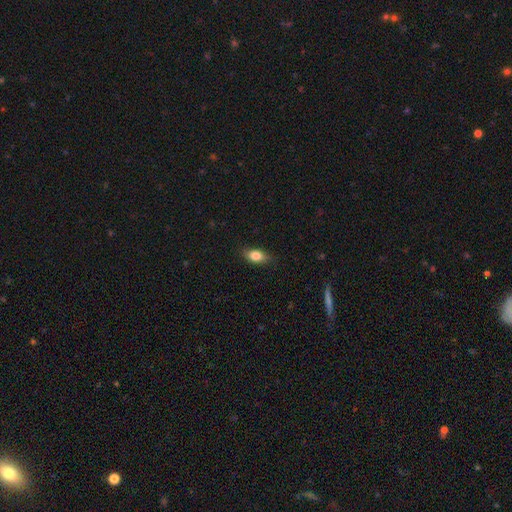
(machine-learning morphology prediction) Smooth or featured: smooth — 81% (featured or disk — 11%)
How rounded: in between — 83% (round — 8%)
Merging: none — 84% (minor disturbance — 13%)